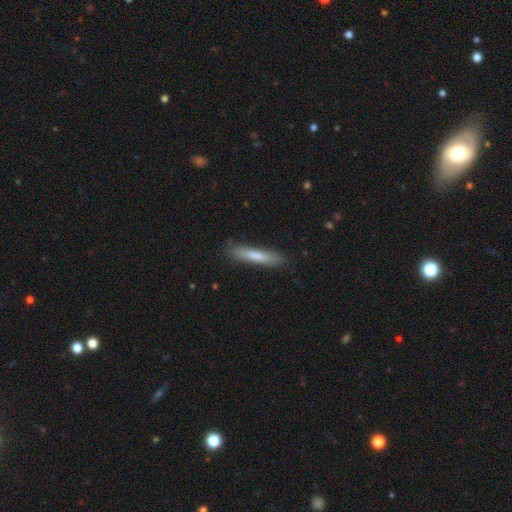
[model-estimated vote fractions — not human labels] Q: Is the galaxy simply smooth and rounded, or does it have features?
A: smooth — 75%.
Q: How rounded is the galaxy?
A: cigar-shaped — 90%.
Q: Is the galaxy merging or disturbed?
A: none — 84%.